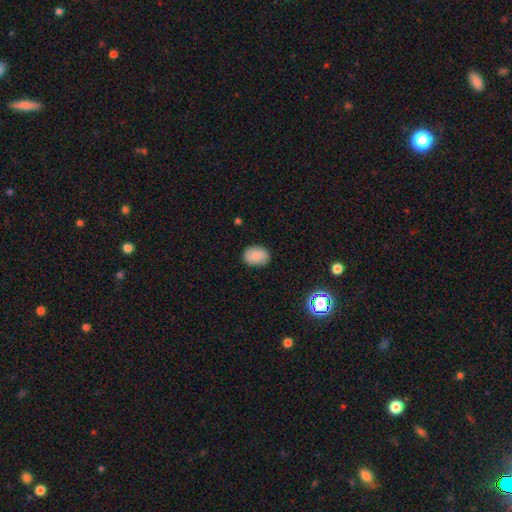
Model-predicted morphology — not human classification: Q: Smooth or featured?
A: smooth (84%); runner-up: star or artifact (9%)
Q: How rounded?
A: in between (63%); runner-up: round (36%)
Q: Merging?
A: none (86%); runner-up: minor disturbance (11%)